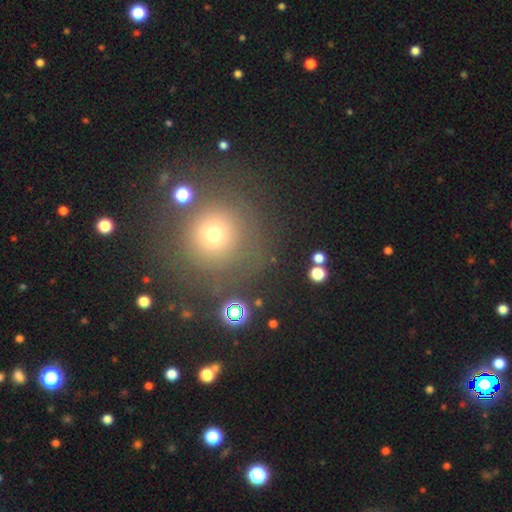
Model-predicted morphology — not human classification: type=smooth (56%); roundness=round (94%); merging=none (84%).